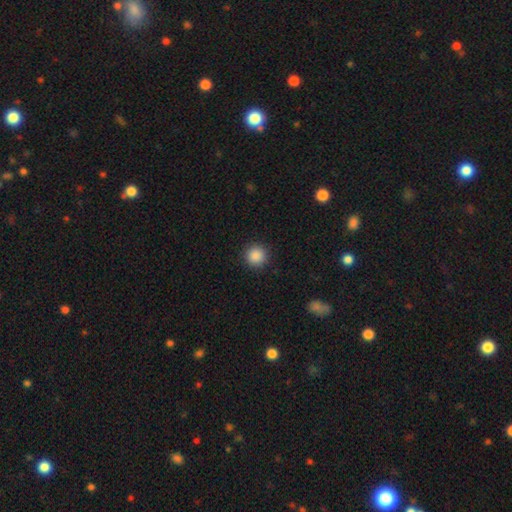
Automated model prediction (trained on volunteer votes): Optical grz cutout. It shows a smooth galaxy with no disk features (88%) that is round (95%). Merging: none (92%).